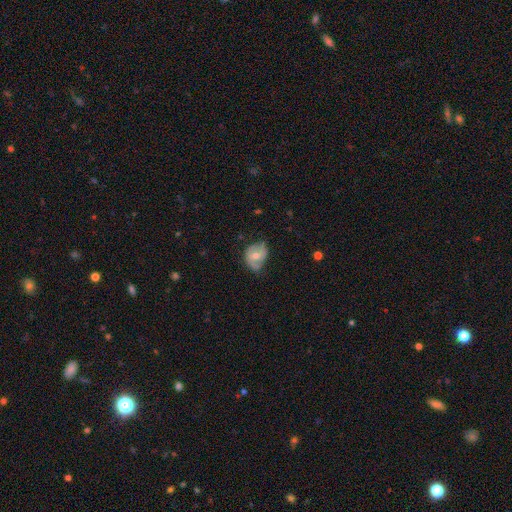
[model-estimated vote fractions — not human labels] A featured or disk galaxy (48%). Merging: none (47%).